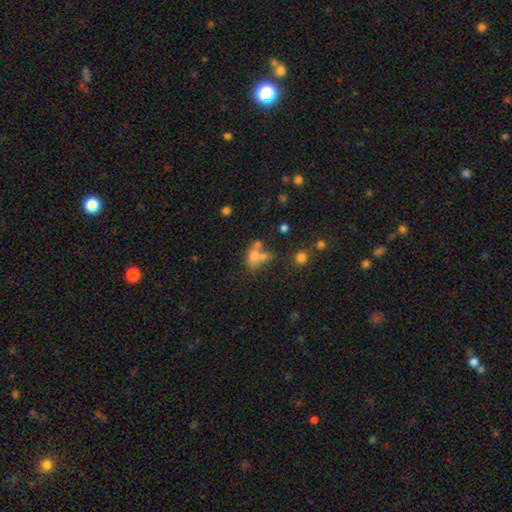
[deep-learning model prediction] A smooth galaxy with no disk features (65%) that is in between round and cigar-shaped (67%).

Vote fractions:
- Smooth or featured? smooth: 65% / featured or disk: 20% / star or artifact: 15%
- How rounded? in between: 67% / round: 30% / cigar-shaped: 3%
- Merging? merger: 46% / none: 31% / minor disturbance: 13% / major disturbance: 10%